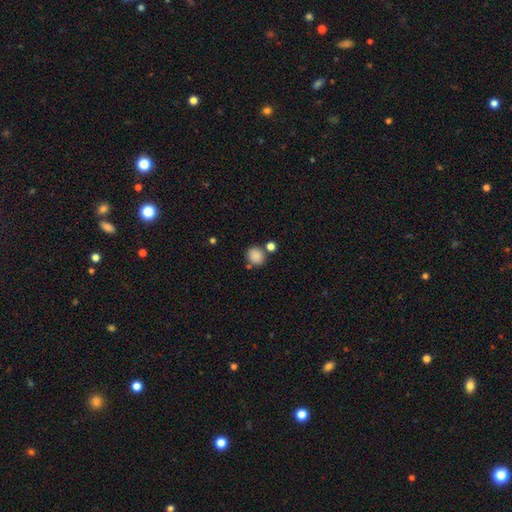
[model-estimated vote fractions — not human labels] smooth 86%, star or artifact 9%, featured or disk 4%. Down the decision tree: how rounded — round (79%); merging — none (71%).